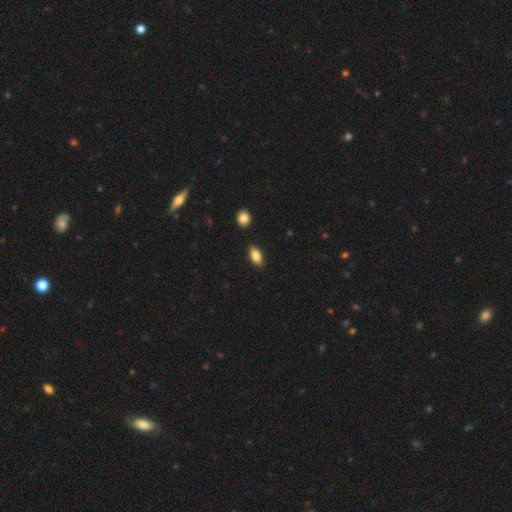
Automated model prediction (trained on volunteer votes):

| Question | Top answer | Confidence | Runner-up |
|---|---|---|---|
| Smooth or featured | smooth | 79% | featured or disk (13%) |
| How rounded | in between | 87% | cigar-shaped (9%) |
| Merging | none | 86% | minor disturbance (10%) |